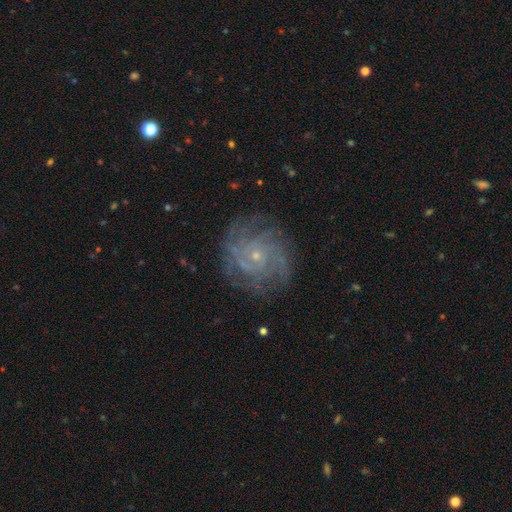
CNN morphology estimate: Overall: featured or disk (81%). Edge-on disk: no (98%). Bar: no (79%). Spiral arms: yes (94%). Spiral arm count: can't tell (34%; 4 18%). Spiral winding: tight (60%; medium 31%). Bulge size: small (82%). Merging: none (77%).